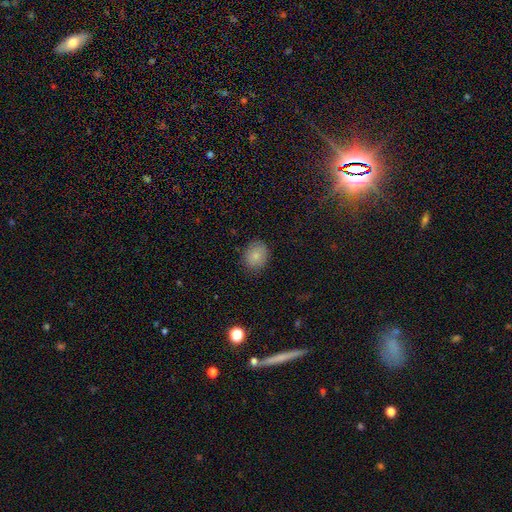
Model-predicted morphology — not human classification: Overall: smooth (81%). How rounded: round (58%; in between 41%). Merging: none (83%).